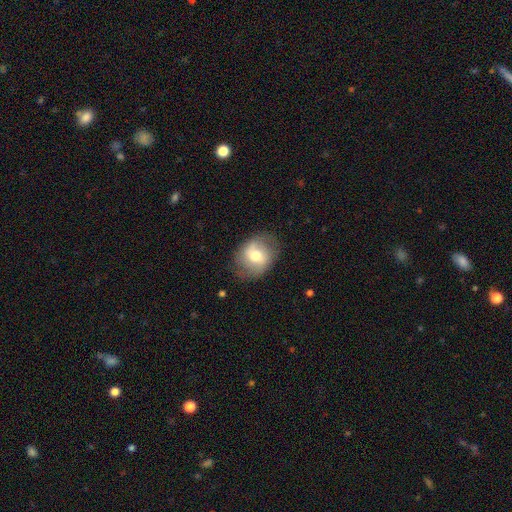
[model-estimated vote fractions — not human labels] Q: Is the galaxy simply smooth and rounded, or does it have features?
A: smooth — 52%.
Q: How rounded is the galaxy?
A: in between — 51%.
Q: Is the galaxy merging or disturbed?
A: none — 73%.